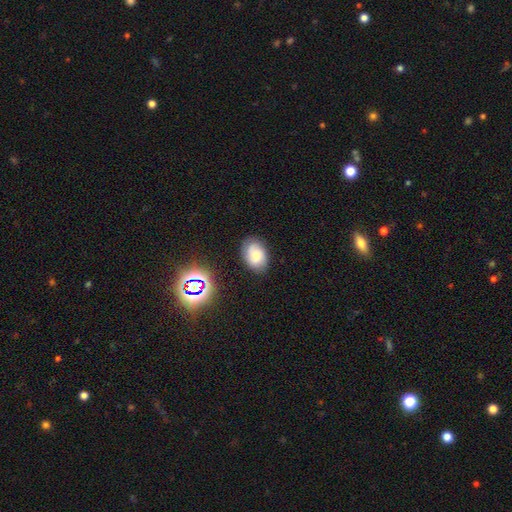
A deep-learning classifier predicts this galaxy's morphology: A smooth galaxy with no disk features (59%) that is in between round and cigar-shaped (80%).

Vote fractions:
- Smooth or featured? smooth: 59% / featured or disk: 27% / star or artifact: 14%
- How rounded? in between: 80% / round: 19% / cigar-shaped: 1%
- Merging? none: 80% / minor disturbance: 14% / major disturbance: 3% / merger: 2%